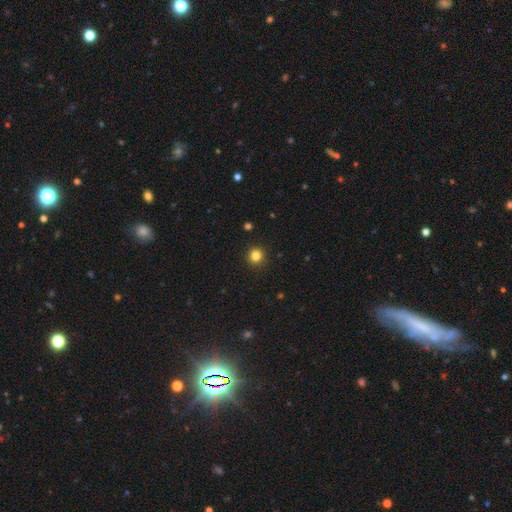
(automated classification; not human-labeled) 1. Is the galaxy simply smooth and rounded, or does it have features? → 82% smooth, 13% star or artifact, 5% featured or disk.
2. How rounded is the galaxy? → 93% round, 6% in between, 1% cigar-shaped.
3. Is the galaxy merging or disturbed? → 93% none, 5% minor disturbance, 2% major disturbance, 1% merger.